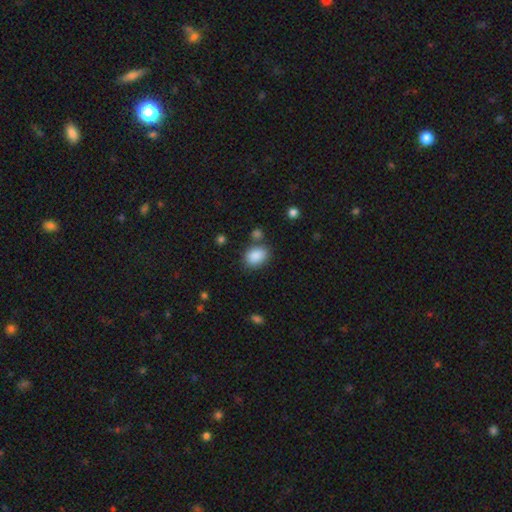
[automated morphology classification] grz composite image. It shows a smooth galaxy with no disk features (88%) that is in between round and cigar-shaped (76%). Merging: none (73%).